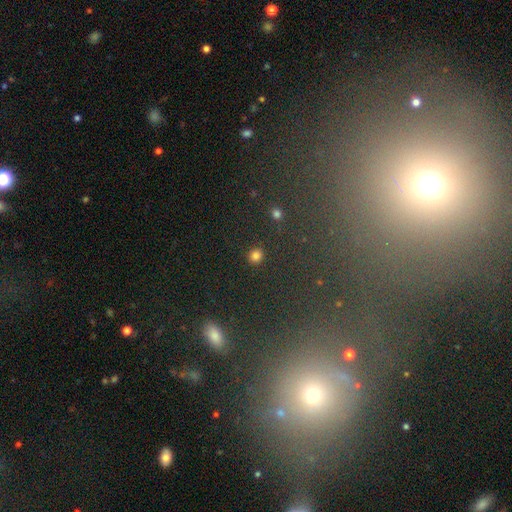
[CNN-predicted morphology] Smooth or featured?
  - smooth: 81% *
  - star or artifact: 14%
  - featured or disk: 4%
How rounded?
  - round: 89% *
  - in between: 10%
  - cigar-shaped: 1%
Merging?
  - none: 91% *
  - minor disturbance: 5%
  - major disturbance: 2%
  - merger: 2%